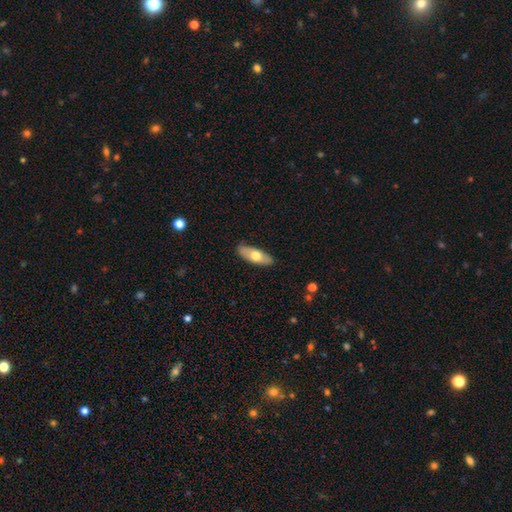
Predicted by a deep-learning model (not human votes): A smooth galaxy with no disk features (63%) that is in between round and cigar-shaped (74%). Merging: none (86%).